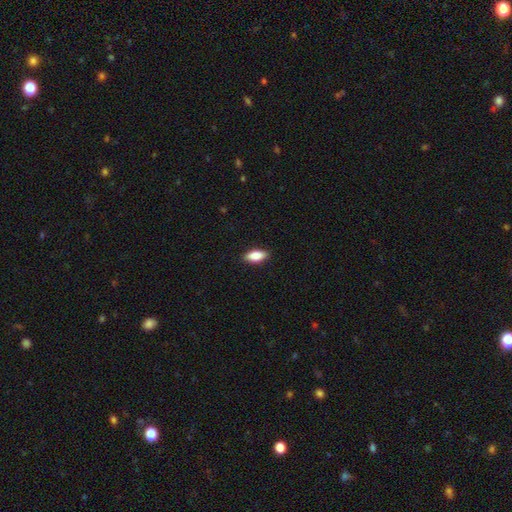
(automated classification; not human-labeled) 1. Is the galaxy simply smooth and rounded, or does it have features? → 85% smooth, 8% featured or disk, 7% star or artifact.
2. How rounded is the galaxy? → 85% in between, 12% cigar-shaped, 3% round.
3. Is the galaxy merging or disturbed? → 89% none, 8% minor disturbance, 2% major disturbance, 1% merger.